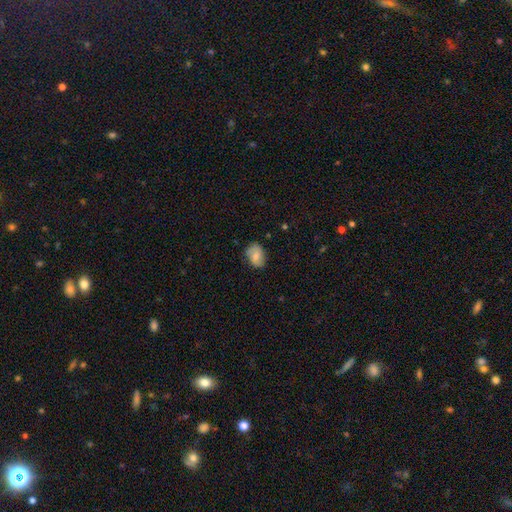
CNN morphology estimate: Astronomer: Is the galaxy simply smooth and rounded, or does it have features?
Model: smooth — 72%.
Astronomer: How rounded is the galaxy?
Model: in between — 80%.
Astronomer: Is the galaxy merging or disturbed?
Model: none — 74%.